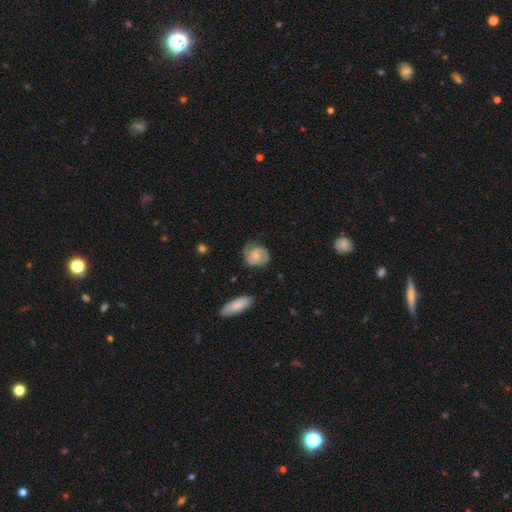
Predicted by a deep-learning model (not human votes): Smooth or featured? Predicted: featured or disk (p=0.51). Edge-on disk? Predicted: no (p=0.97). Merging? Predicted: none (p=0.70).